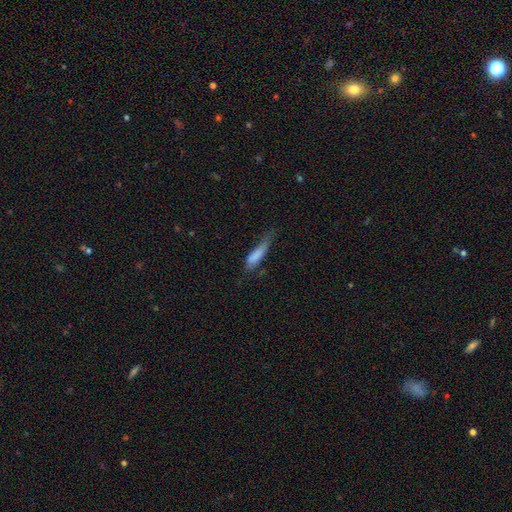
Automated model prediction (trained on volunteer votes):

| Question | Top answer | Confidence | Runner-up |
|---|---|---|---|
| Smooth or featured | smooth | 76% | featured or disk (16%) |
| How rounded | cigar-shaped | 68% | in between (29%) |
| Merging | minor disturbance | 38% | none (31%) |